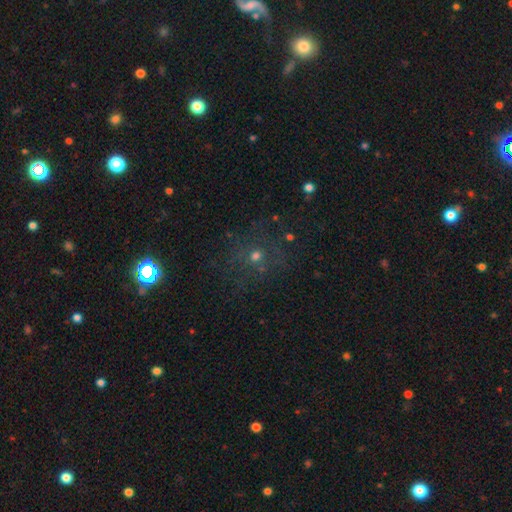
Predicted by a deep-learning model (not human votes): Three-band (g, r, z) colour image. It shows a smooth galaxy with no disk features (45%). Merging: none (73%).